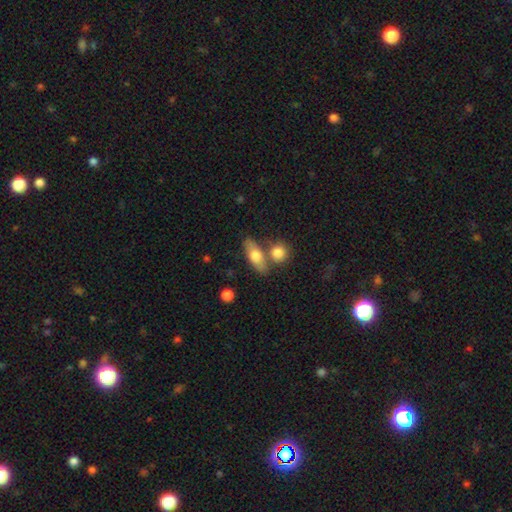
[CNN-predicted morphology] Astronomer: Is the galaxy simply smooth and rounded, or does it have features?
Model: smooth — 69%.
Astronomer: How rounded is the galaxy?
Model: in between — 68%.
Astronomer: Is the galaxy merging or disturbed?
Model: none — 60%.